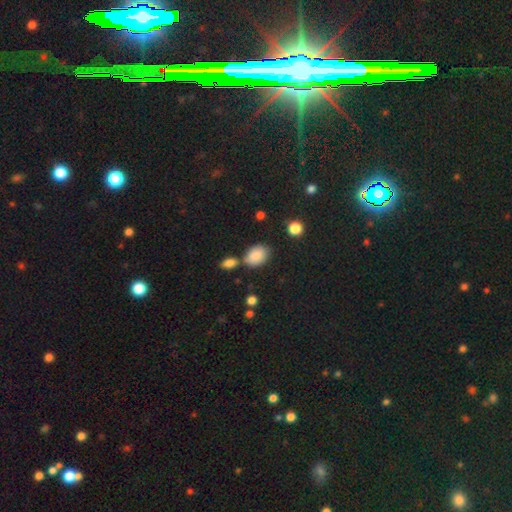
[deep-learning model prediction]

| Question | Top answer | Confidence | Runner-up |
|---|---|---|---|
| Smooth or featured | smooth | 86% | star or artifact (9%) |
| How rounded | in between | 77% | round (22%) |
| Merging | none | 65% | minor disturbance (16%) |